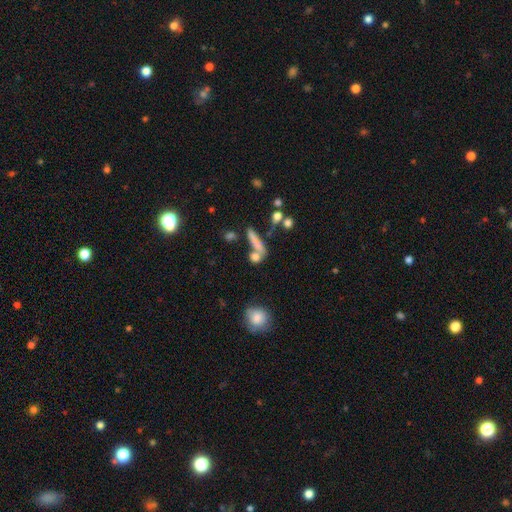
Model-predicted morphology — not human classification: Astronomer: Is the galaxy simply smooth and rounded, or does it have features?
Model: smooth — 69%.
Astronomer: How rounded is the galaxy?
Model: cigar-shaped — 43% (runner-up: in between, 30%).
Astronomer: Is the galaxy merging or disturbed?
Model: none — 42% (runner-up: merger, 38%).